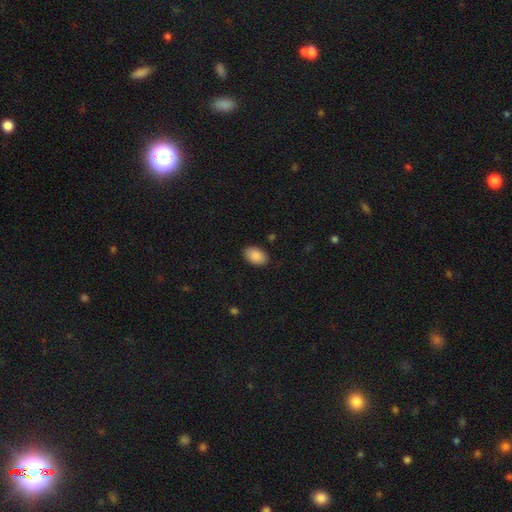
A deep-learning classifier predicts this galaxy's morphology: This is clearly a smooth galaxy (90%). How rounded: clearly in between (91%). Merging: clearly none (88%).